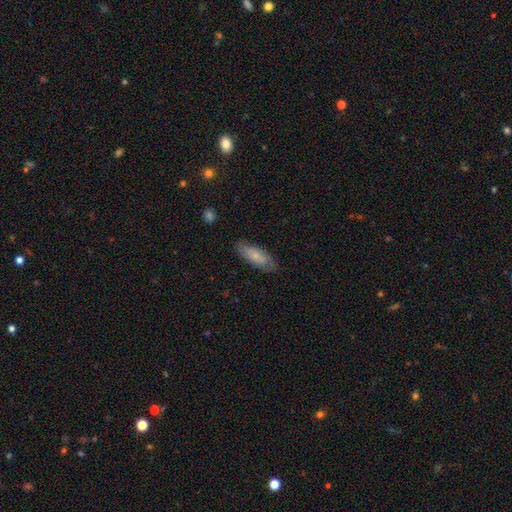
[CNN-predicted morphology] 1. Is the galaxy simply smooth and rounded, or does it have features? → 66% smooth, 28% featured or disk, 6% star or artifact.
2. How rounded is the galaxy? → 65% in between, 33% cigar-shaped, 2% round.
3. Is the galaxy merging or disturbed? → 81% none, 15% minor disturbance, 3% major disturbance, 1% merger.